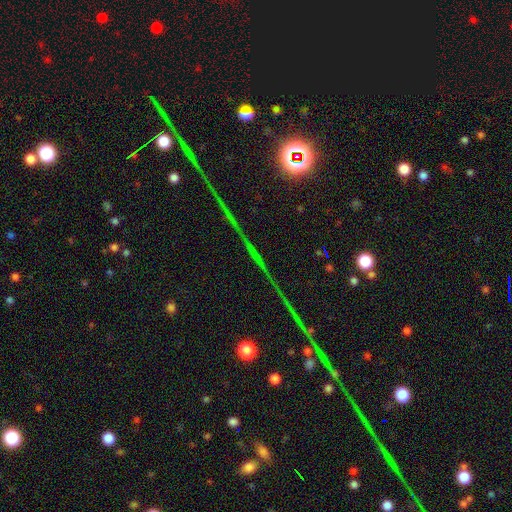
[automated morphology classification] Smooth or featured: star or artifact — 75% (featured or disk — 15%)